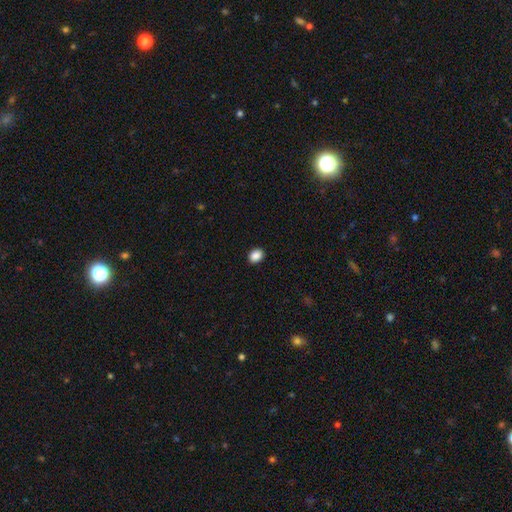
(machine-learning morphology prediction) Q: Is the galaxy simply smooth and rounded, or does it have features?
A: smooth — 89%.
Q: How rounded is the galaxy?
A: in between — 59%.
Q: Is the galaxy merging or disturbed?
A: none — 91%.